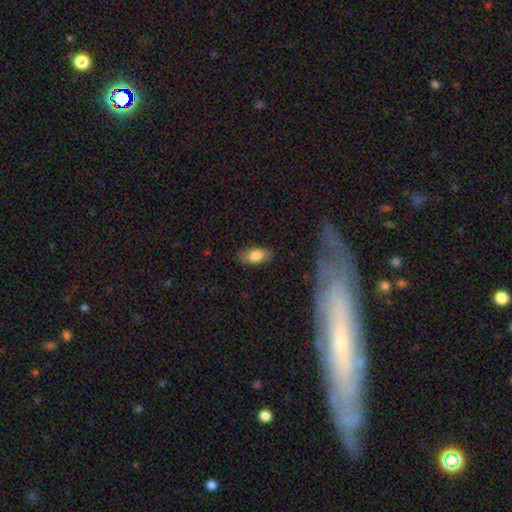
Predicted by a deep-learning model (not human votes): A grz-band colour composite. It shows a smooth galaxy with no disk features (79%) that is in between round and cigar-shaped (92%). Merging: none (82%).